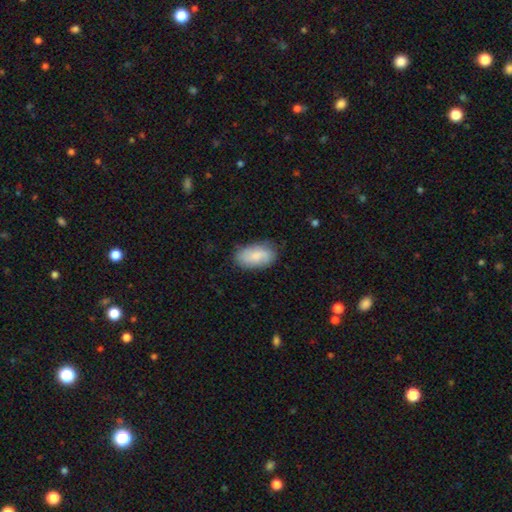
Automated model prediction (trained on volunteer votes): Q: Smooth or featured?
A: smooth (72%); runner-up: featured or disk (22%)
Q: How rounded?
A: in between (94%); runner-up: round (4%)
Q: Merging?
A: none (76%); runner-up: minor disturbance (18%)